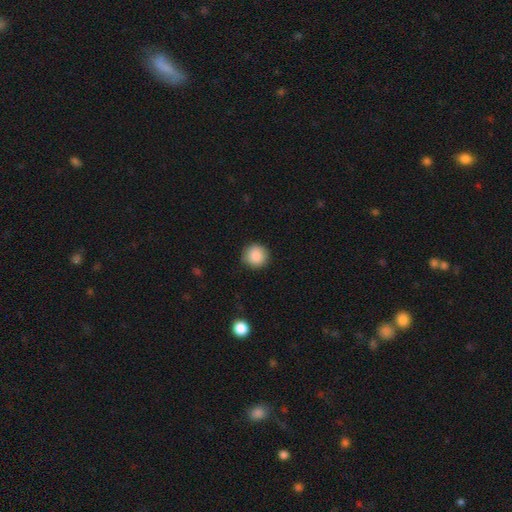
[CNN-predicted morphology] Smooth or featured: smooth — 89% (star or artifact — 8%)
How rounded: round — 93% (in between — 6%)
Merging: none — 89% (minor disturbance — 8%)